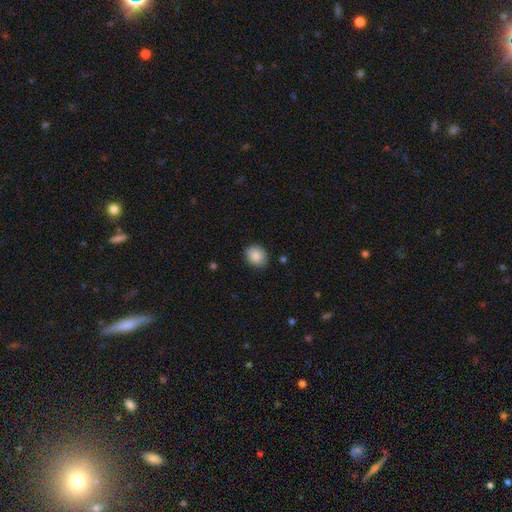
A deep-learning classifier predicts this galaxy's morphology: Smooth or featured? smooth (87%)
How rounded? round (55%)
Merging? none (86%)